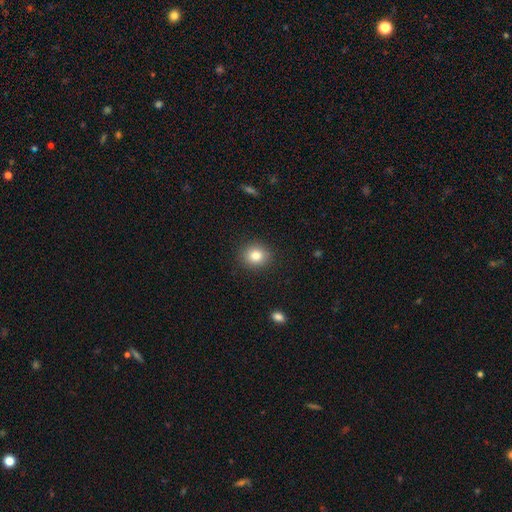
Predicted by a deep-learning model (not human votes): Smooth or featured: smooth — 83% (star or artifact — 10%)
How rounded: round — 76% (in between — 24%)
Merging: none — 89% (minor disturbance — 7%)